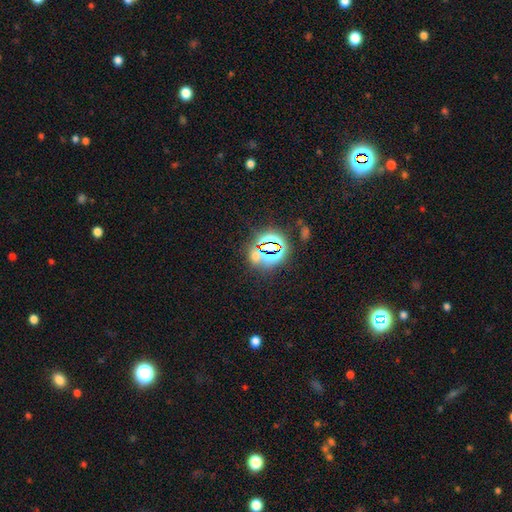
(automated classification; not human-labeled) Q: Smooth or featured?
A: star or artifact (67%); runner-up: smooth (24%)